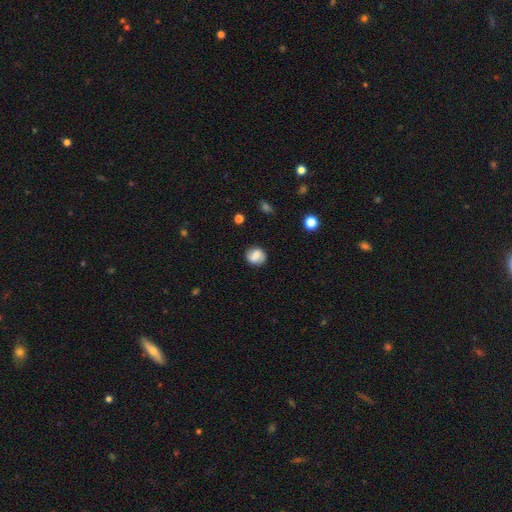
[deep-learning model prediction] smooth_or_featured: smooth (p=0.66) [alt: featured or disk p=0.25]
how_rounded: round (p=0.74) [alt: in between p=0.25]
merging: none (p=0.80) [alt: minor disturbance p=0.14]